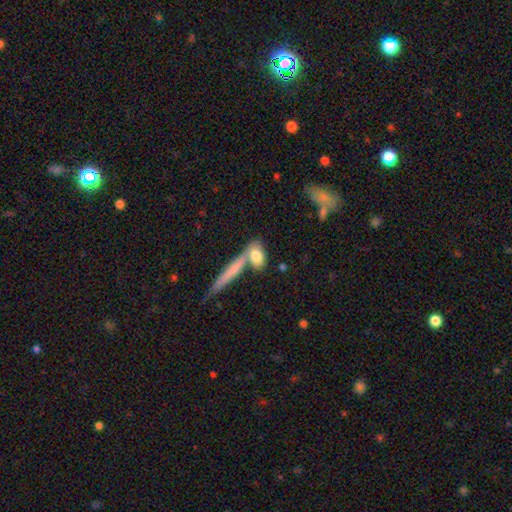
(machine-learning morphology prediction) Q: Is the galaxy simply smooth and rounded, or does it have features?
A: smooth — 75%.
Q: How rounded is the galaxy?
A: in between — 62%.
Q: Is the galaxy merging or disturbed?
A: none — 53%.